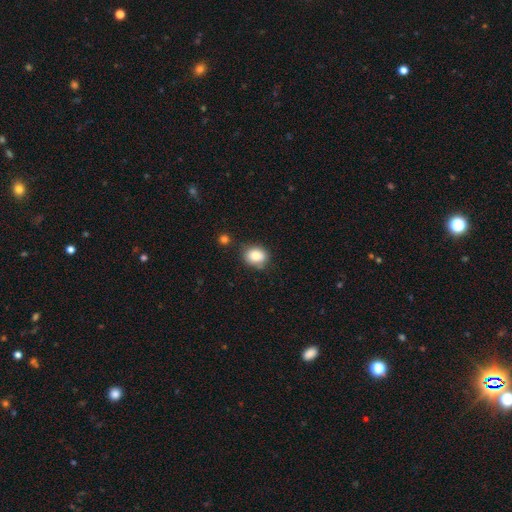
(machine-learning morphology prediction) A smooth galaxy with no disk features (83%) that is round (56%). Merging: none (75%).